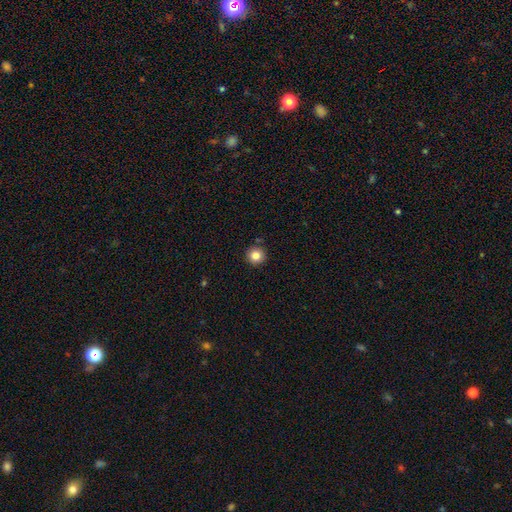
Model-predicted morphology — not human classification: The model was most divided on "smooth or featured": smooth: 84%, star or artifact: 10%, featured or disk: 5%. More confident: how rounded — round (95%); merging — none (89%).